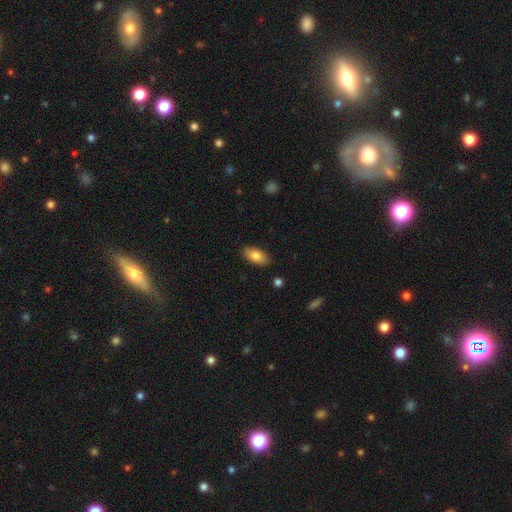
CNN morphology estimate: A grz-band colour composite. It shows a smooth galaxy with no disk features (82%) that is in between round and cigar-shaped (92%). Merging: none (87%).